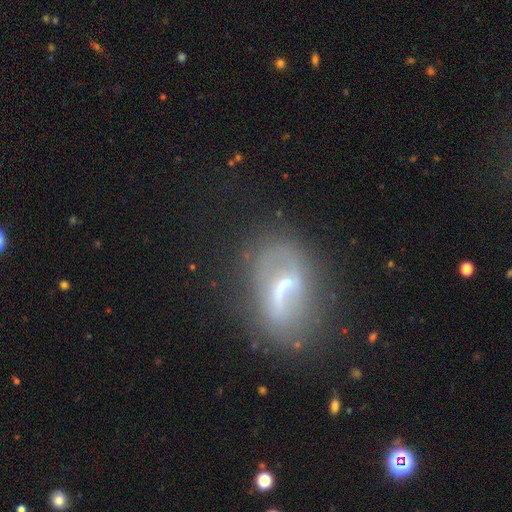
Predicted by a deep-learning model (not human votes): Smooth or featured? featured or disk (65%)
Edge-on disk? no (88%)
Bar? weak (41%)
Spiral arms? yes (60%)
Bulge size? small (45%)
Merging? none (65%)